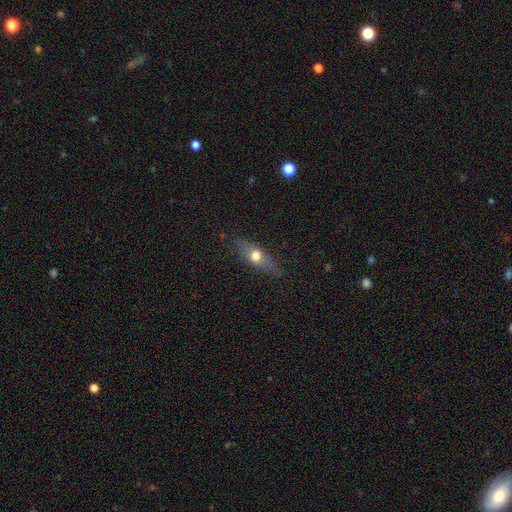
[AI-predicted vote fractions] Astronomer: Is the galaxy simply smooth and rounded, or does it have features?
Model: smooth — 55% (runner-up: featured or disk, 37%).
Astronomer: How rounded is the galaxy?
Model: in between — 56% (runner-up: cigar-shaped, 37%).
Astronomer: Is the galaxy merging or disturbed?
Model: none — 80%.